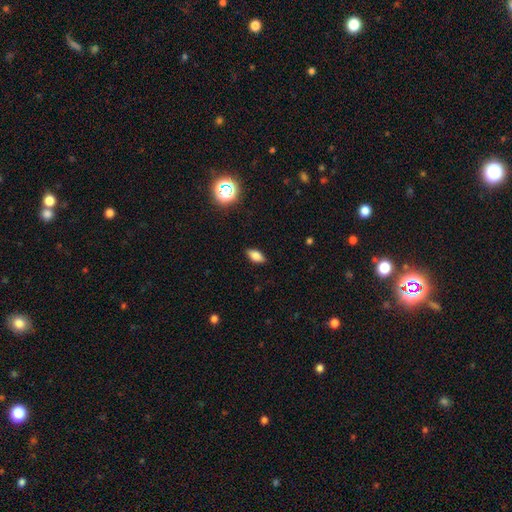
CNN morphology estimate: Smooth or featured?
  - smooth: 76% *
  - featured or disk: 13%
  - star or artifact: 11%
How rounded?
  - in between: 84% *
  - cigar-shaped: 12%
  - round: 4%
Merging?
  - none: 88% *
  - minor disturbance: 9%
  - major disturbance: 2%
  - merger: 1%